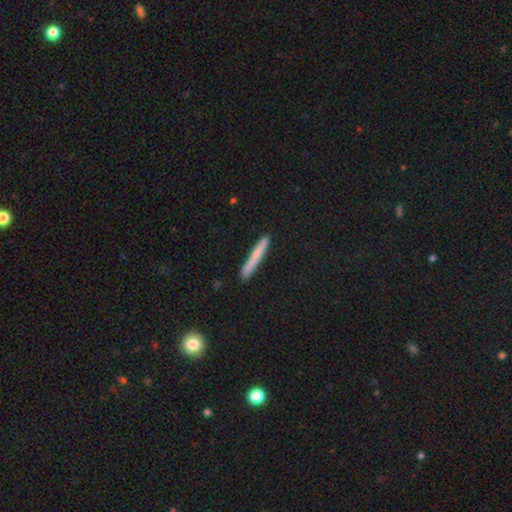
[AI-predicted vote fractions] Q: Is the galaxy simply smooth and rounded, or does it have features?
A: smooth — 65%.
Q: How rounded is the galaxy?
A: cigar-shaped — 96%.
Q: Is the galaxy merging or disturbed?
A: none — 87%.